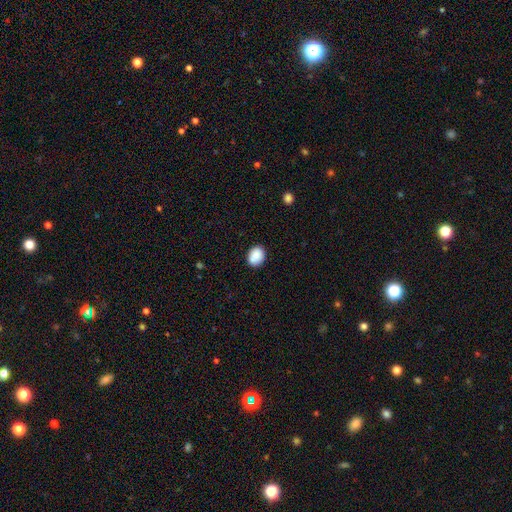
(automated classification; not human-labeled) A smooth galaxy with no disk features (88%) that is in between round and cigar-shaped (58%). Merging: none (81%).